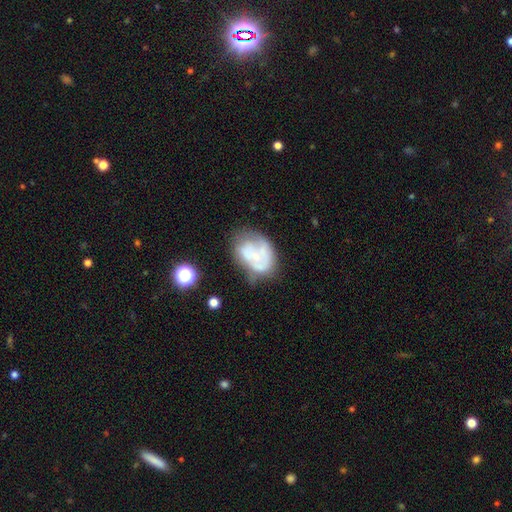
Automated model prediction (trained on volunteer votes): smooth-or-featured: featured or disk: 54% | smooth: 37% | star or artifact: 9%
  disk-edge-on: no: 97% | yes: 3%
    bar: no: 81% | weak: 15% | strong: 3%
    has-spiral-arms: no: 54% | yes: 46%
    bulge-size: small: 50% | none: 26% | moderate: 19% | large: 3% | dominant: 2%
  merging: none: 35% | minor disturbance: 30% | major disturbance: 25% | merger: 10%